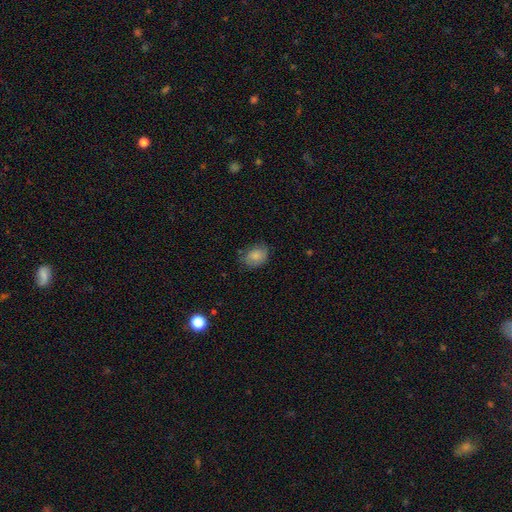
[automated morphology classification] Smooth or featured? Predicted: smooth (p=0.81). How rounded? Predicted: in between (p=0.69). Merging? Predicted: none (p=0.70).